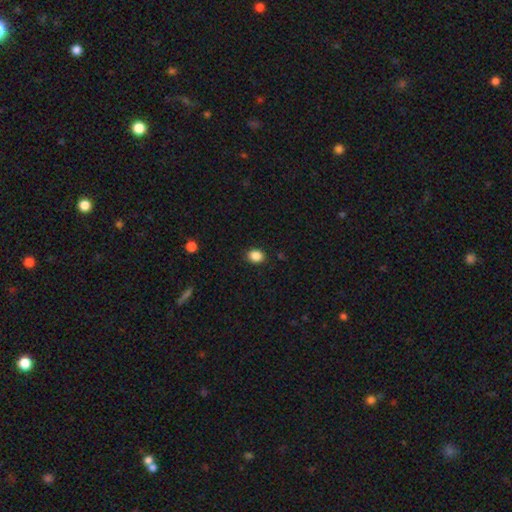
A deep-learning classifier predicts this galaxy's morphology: Q: Smooth or featured?
A: smooth (87%); runner-up: star or artifact (10%)
Q: How rounded?
A: round (51%); runner-up: in between (48%)
Q: Merging?
A: none (89%); runner-up: minor disturbance (8%)